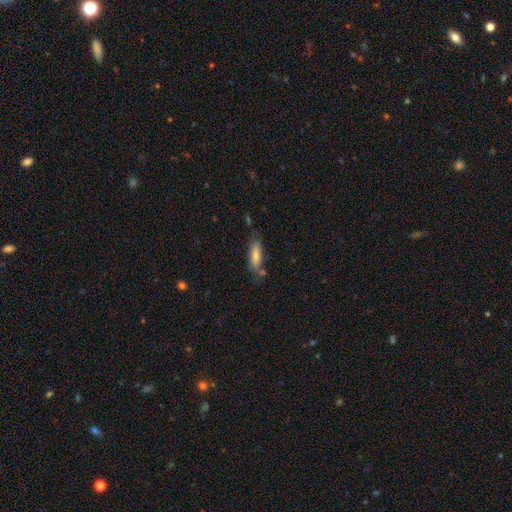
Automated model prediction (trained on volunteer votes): This is likely a smooth galaxy (76%). How rounded: possibly cigar-shaped (51%). Merging: likely none (63%).